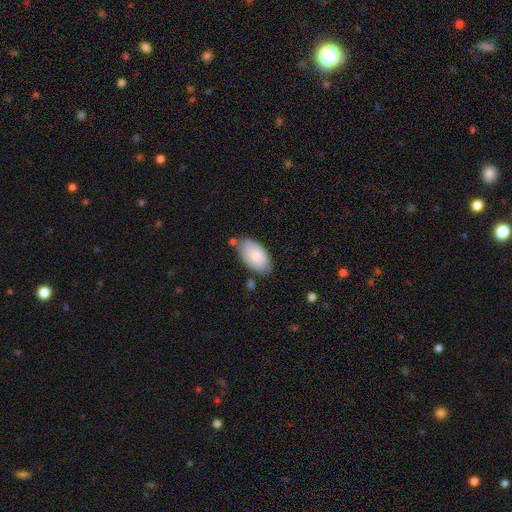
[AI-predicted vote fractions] A smooth galaxy with no disk features (81%) that is in between round and cigar-shaped (95%). Merging: none (67%).